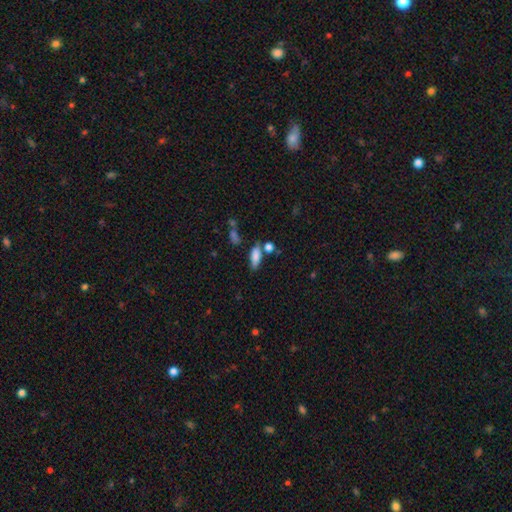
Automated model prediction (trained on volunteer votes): Smooth or featured? Predicted: smooth (p=0.81). How rounded? Predicted: in between (p=0.72). Merging? Predicted: none (p=0.56).